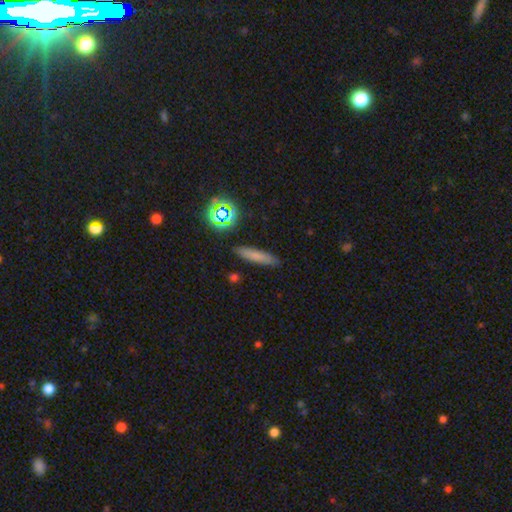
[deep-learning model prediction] This is likely a smooth galaxy (73%). How rounded: clearly cigar-shaped (84%). Merging: clearly none (88%).